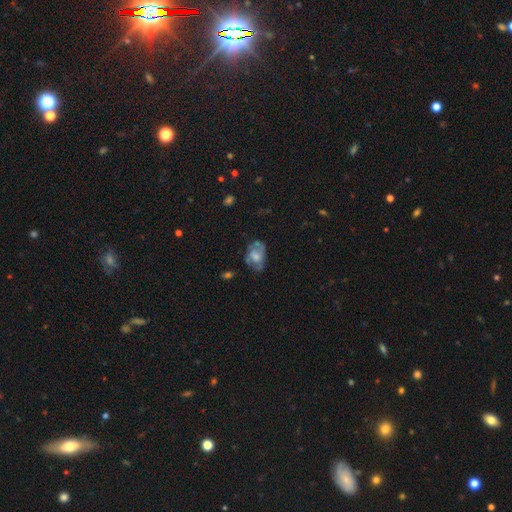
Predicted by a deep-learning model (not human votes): The model was most divided on "bulge size": moderate: 39%, small: 26%, none: 18%, large: 15%, dominant: 2%. More confident: edge-on disk — no (96%); bar — no (69%); spiral arms — yes (61%); smooth or featured — featured or disk (55%); merging — none (51%).